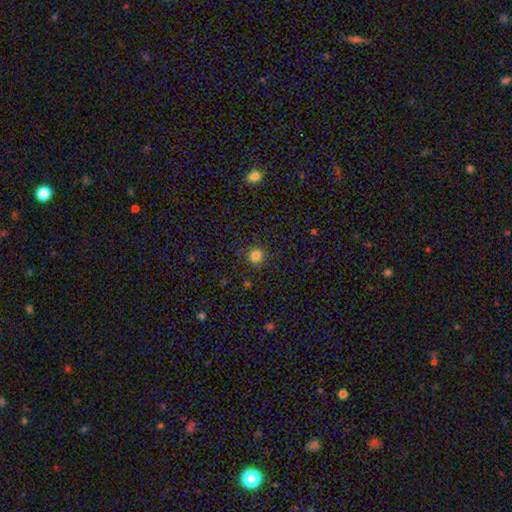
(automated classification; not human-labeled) Smooth or featured?
  - smooth: 83% *
  - star or artifact: 13%
  - featured or disk: 4%
How rounded?
  - round: 94% *
  - in between: 5%
  - cigar-shaped: 1%
Merging?
  - none: 88% *
  - minor disturbance: 8%
  - major disturbance: 3%
  - merger: 1%